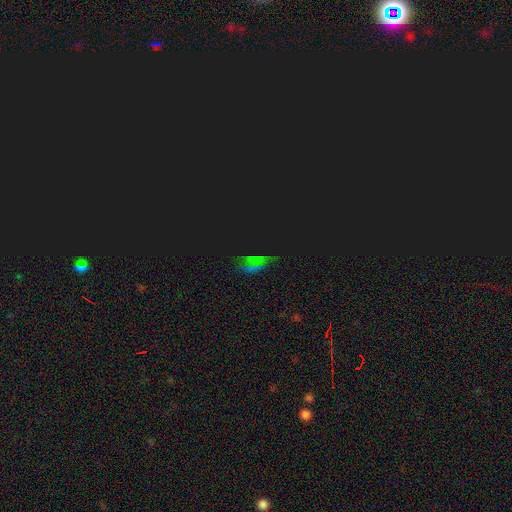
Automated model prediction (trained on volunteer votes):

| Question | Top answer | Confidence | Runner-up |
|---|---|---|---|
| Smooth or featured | star or artifact | 70% | smooth (20%) |